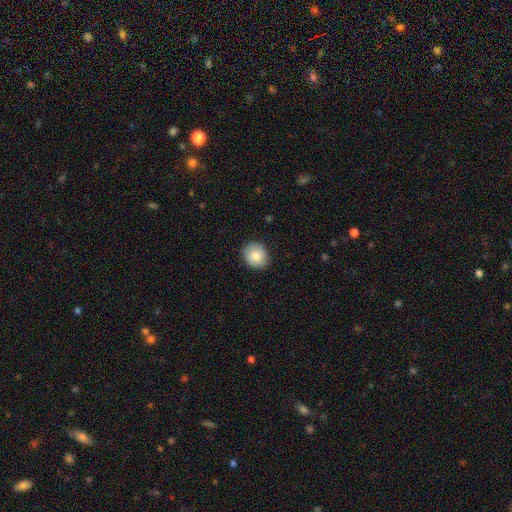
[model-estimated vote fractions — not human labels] Q: Smooth or featured?
A: smooth (81%); runner-up: featured or disk (12%)
Q: How rounded?
A: round (78%); runner-up: in between (21%)
Q: Merging?
A: none (86%); runner-up: minor disturbance (11%)